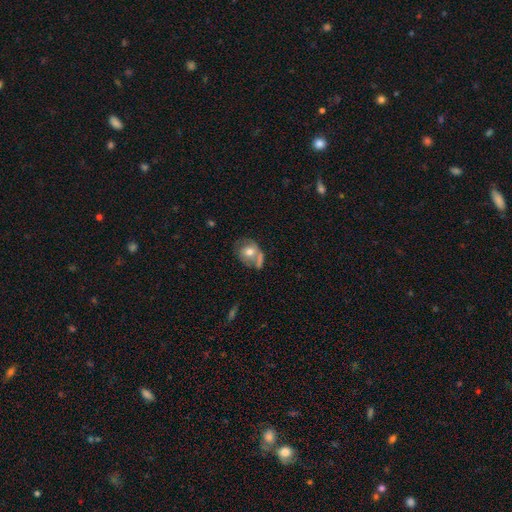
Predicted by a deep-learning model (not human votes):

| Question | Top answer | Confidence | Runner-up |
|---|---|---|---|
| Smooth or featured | smooth | 53% | featured or disk (38%) |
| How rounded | round | 57% | in between (42%) |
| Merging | none | 43% | minor disturbance (22%) |